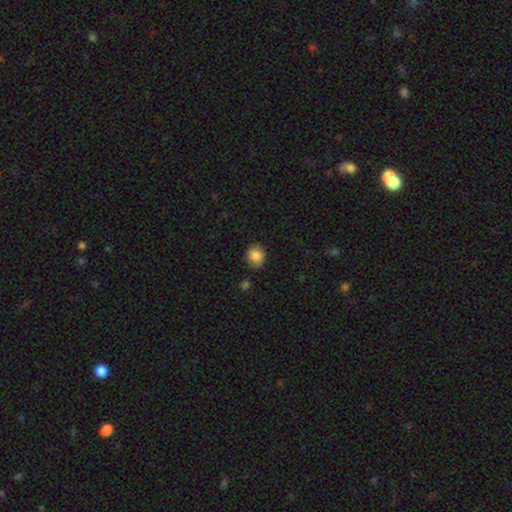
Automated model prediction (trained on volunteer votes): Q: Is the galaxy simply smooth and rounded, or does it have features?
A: smooth — 86%.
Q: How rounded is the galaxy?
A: round — 73%.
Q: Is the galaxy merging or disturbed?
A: none — 84%.